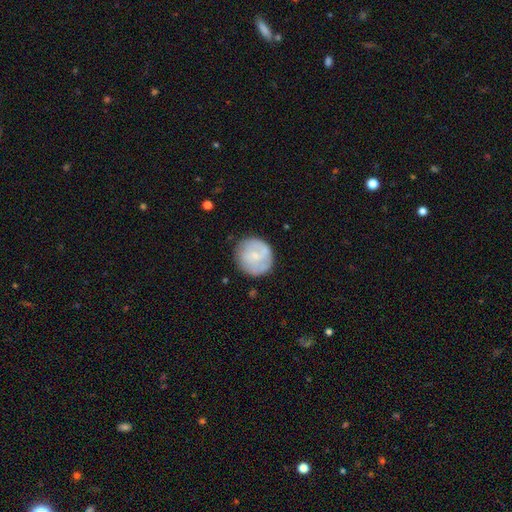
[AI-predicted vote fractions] smooth_or_featured: smooth (p=0.57) [alt: featured or disk p=0.37]
how_rounded: round (p=0.91) [alt: in between p=0.08]
merging: none (p=0.77) [alt: minor disturbance p=0.16]